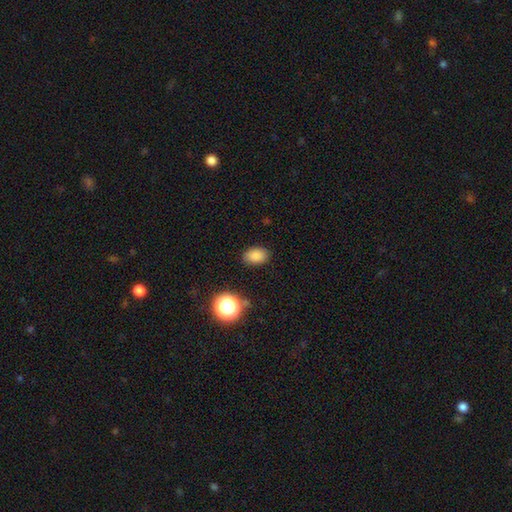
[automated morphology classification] Q: Smooth or featured?
A: smooth (84%); runner-up: star or artifact (12%)
Q: How rounded?
A: in between (80%); runner-up: round (19%)
Q: Merging?
A: none (85%); runner-up: minor disturbance (11%)